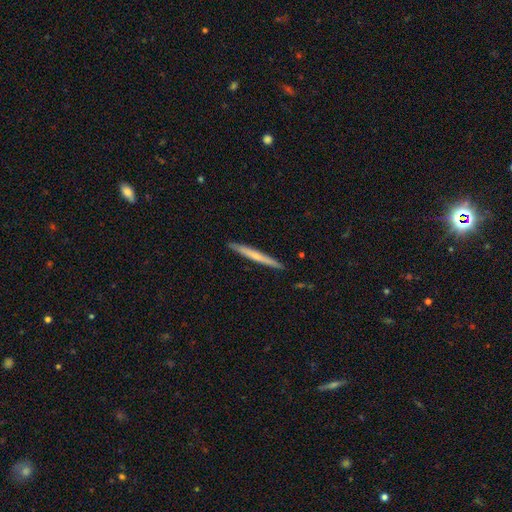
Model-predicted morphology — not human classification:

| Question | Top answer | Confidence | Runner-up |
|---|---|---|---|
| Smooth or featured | smooth | 49% | featured or disk (46%) |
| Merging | none | 91% | minor disturbance (6%) |